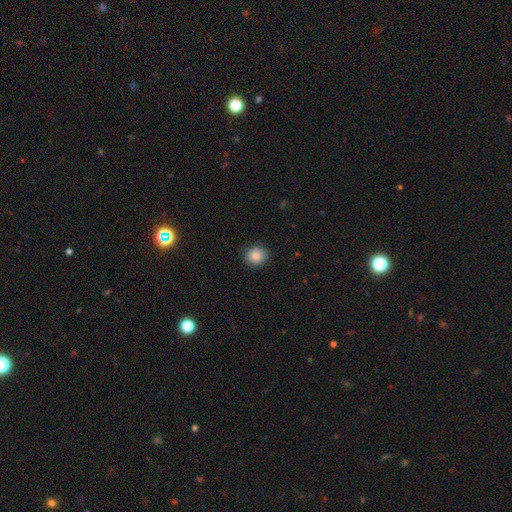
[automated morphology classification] smooth 87%, star or artifact 9%, featured or disk 4%. Down the decision tree: how rounded — round (83%); merging — none (86%).